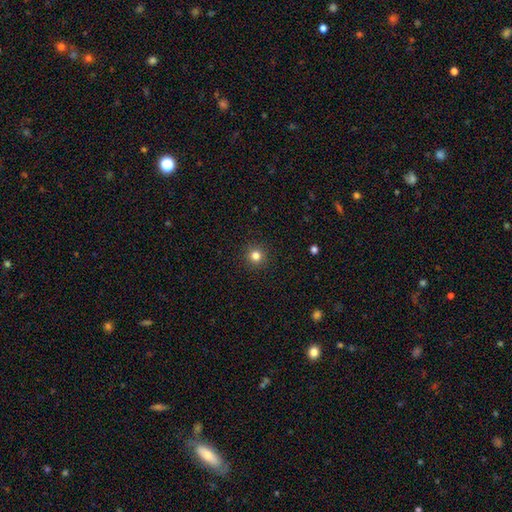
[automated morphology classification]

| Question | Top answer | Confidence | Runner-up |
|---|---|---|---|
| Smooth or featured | smooth | 81% | star or artifact (14%) |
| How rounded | round | 95% | in between (4%) |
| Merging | none | 92% | minor disturbance (5%) |